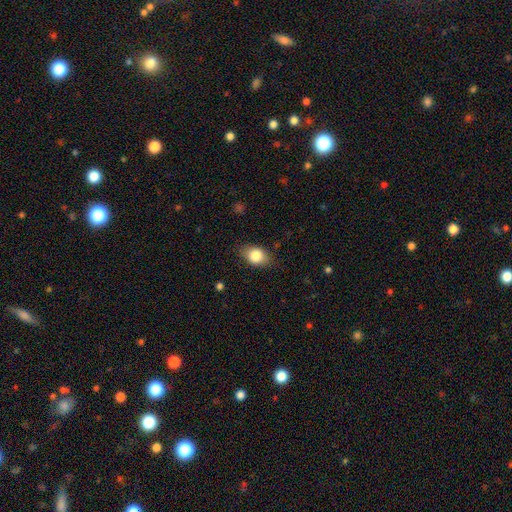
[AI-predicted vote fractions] This is clearly a smooth galaxy (81%). How rounded: likely in between (73%). Merging: likely none (79%).